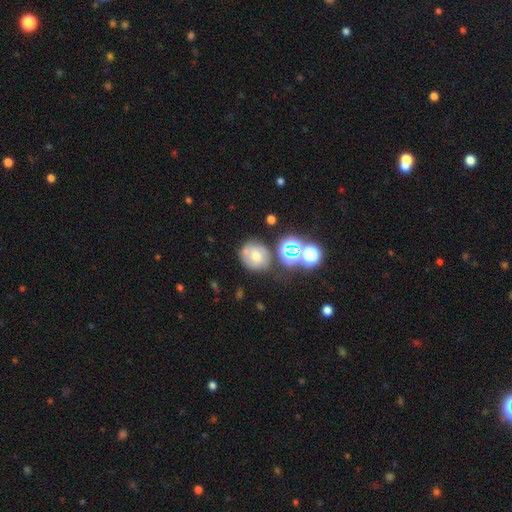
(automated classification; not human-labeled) A smooth galaxy with no disk features (40%). Merging: none (61%).